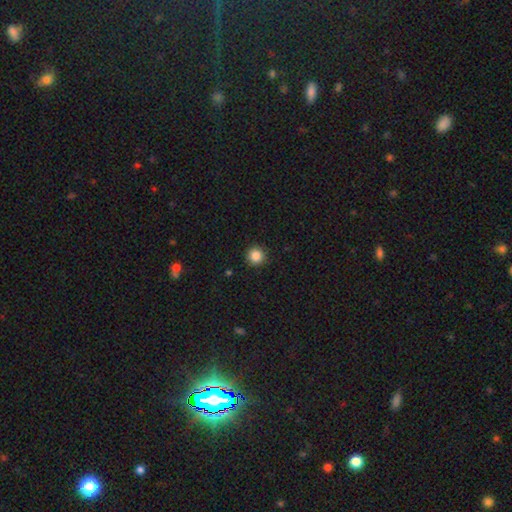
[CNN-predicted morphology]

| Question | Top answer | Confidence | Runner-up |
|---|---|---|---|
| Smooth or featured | smooth | 86% | star or artifact (10%) |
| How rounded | round | 95% | in between (4%) |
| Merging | none | 91% | minor disturbance (6%) |